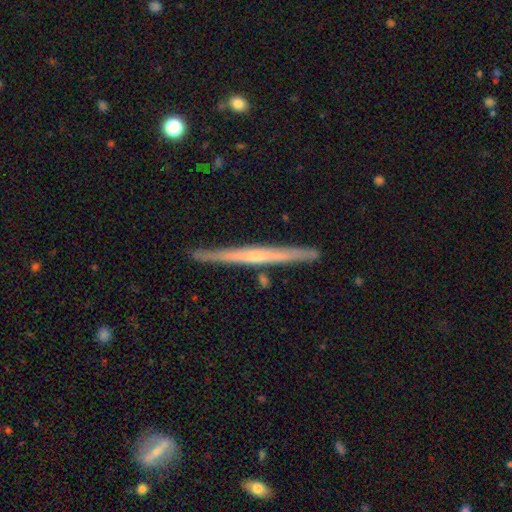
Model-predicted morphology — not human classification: A featured or disk galaxy (69%) viewed edge-on (97%) with a rounded central bulge (48%).

Vote fractions:
- Smooth or featured? featured or disk: 69% / smooth: 25% / star or artifact: 5%
- Edge-on disk? yes: 97% / no: 3%
- Edge-on bulge? rounded: 48% / none: 47% / boxy: 5%
- Merging? none: 85% / minor disturbance: 10% / merger: 3% / major disturbance: 2%